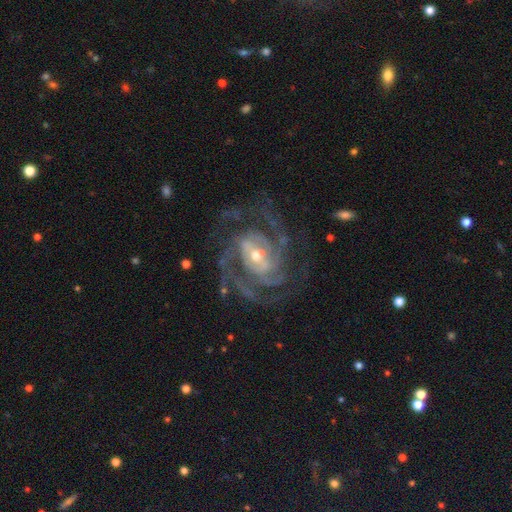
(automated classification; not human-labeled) Q: Smooth or featured?
A: featured or disk (92%); runner-up: star or artifact (5%)
Q: Edge-on disk?
A: no (98%); runner-up: yes (2%)
Q: Bar?
A: weak (42%); runner-up: no (34%)
Q: Spiral arms?
A: yes (98%); runner-up: no (2%)
Q: Spiral winding?
A: tight (53%); runner-up: medium (40%)
Q: Spiral arm count?
A: 3 (31%); runner-up: 2 (22%)
Q: Bulge size?
A: small (48%); runner-up: moderate (47%)
Q: Merging?
A: none (72%); runner-up: minor disturbance (15%)